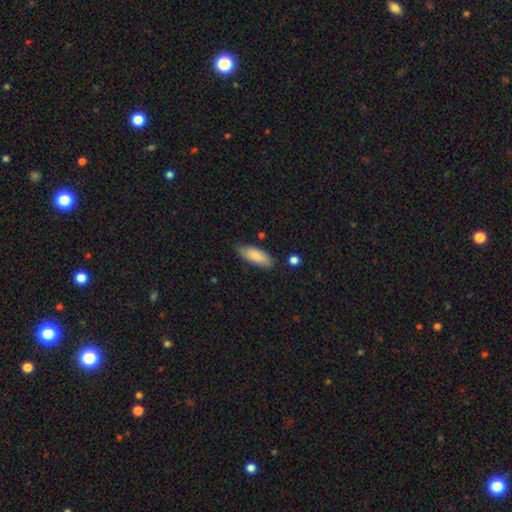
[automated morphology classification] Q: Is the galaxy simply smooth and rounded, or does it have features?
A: smooth — 83%.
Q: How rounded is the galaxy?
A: in between — 75%.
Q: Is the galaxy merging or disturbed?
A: none — 74%.